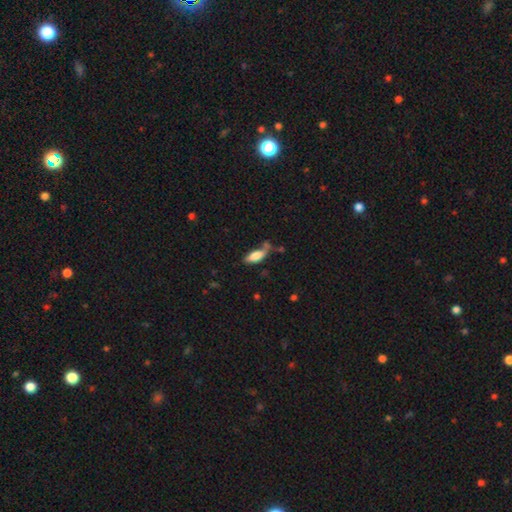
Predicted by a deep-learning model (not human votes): This appears to be a smooth galaxy with no disk features (77%) that is in between round and cigar-shaped (73%). Merging: none (46%).